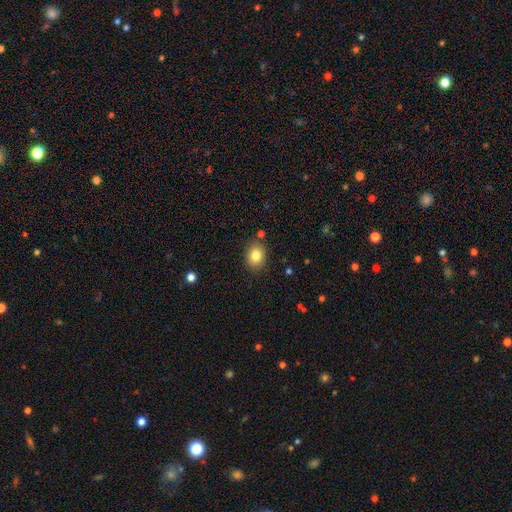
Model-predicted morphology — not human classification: A smooth galaxy with no disk features (83%) that is in between round and cigar-shaped (53%). Merging: none (84%).